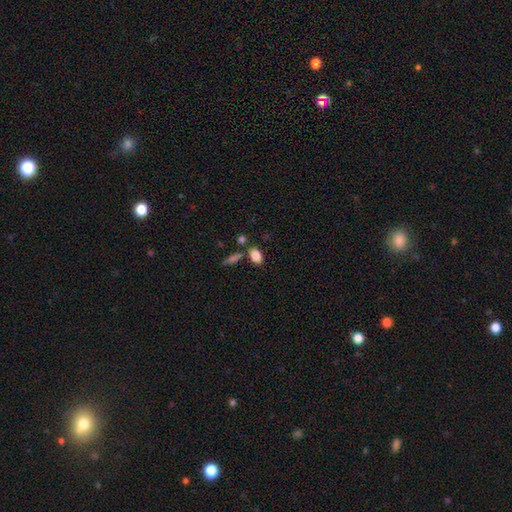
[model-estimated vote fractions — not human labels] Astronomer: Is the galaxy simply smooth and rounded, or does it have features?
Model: smooth — 85%.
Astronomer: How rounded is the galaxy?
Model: in between — 88%.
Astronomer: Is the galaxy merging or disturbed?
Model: none — 69%.